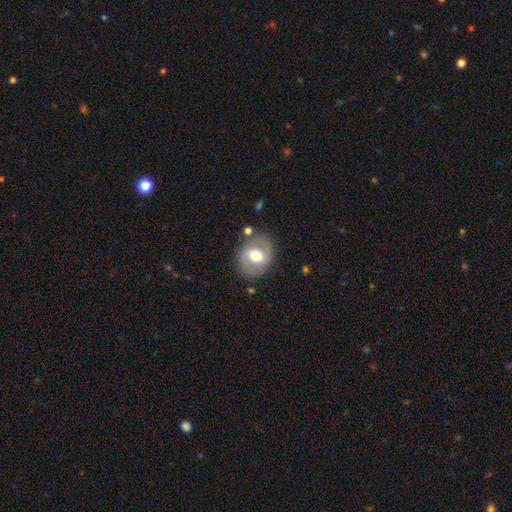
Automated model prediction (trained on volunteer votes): Q: Smooth or featured?
A: featured or disk (48%); runner-up: smooth (46%)
Q: Merging?
A: none (77%); runner-up: minor disturbance (14%)